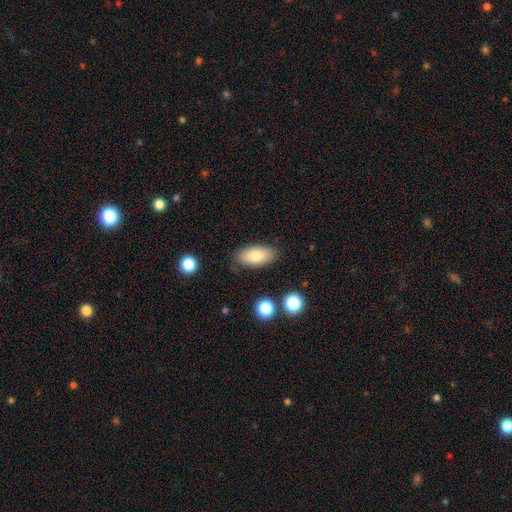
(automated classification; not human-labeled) Morphology: type=smooth (78%); roundness=in between (90%); merging=none (84%).